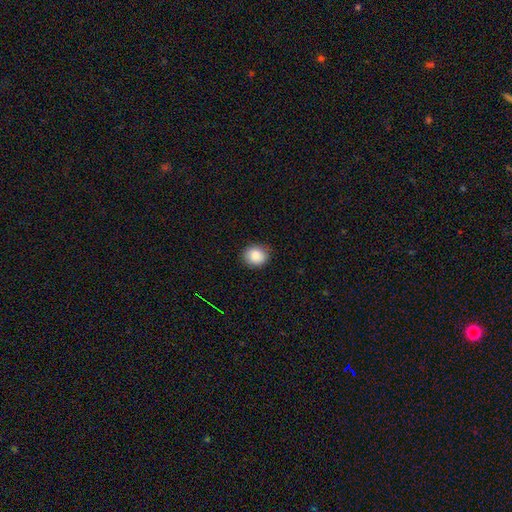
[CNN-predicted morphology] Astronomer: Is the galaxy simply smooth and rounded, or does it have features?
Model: smooth — 88%.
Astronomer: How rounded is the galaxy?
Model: round — 75%.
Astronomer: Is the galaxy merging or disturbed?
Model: none — 87%.